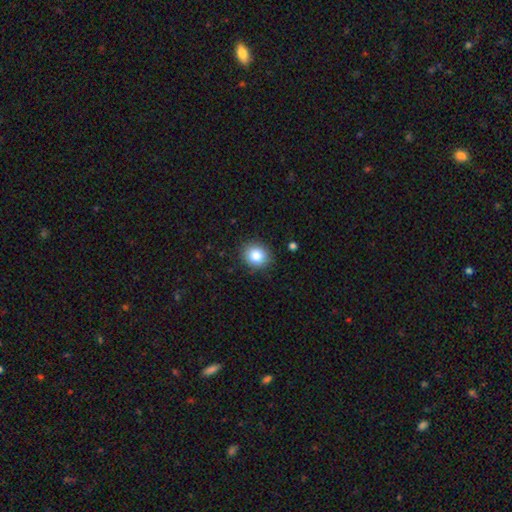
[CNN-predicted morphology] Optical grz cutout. It shows a smooth galaxy with no disk features (84%) that is round (76%). Merging: none (89%).